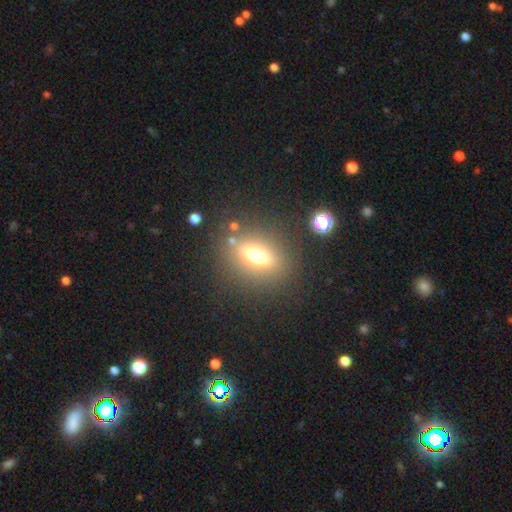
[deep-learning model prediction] This appears to be a smooth galaxy with no disk features (62%) that is in between round and cigar-shaped (64%). Merging: none (81%).